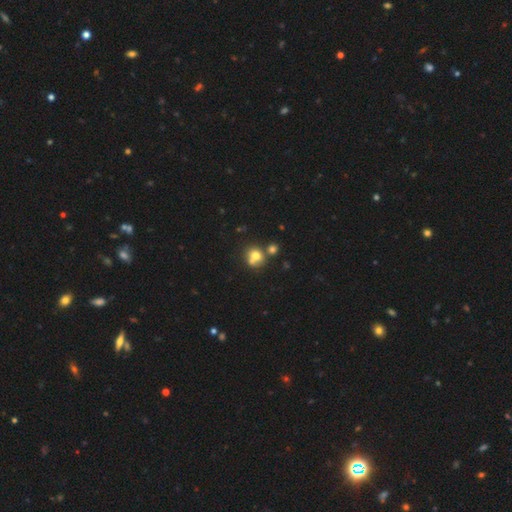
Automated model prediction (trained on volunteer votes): A smooth galaxy with no disk features (72%) that is round (79%). Merging: none (43%).